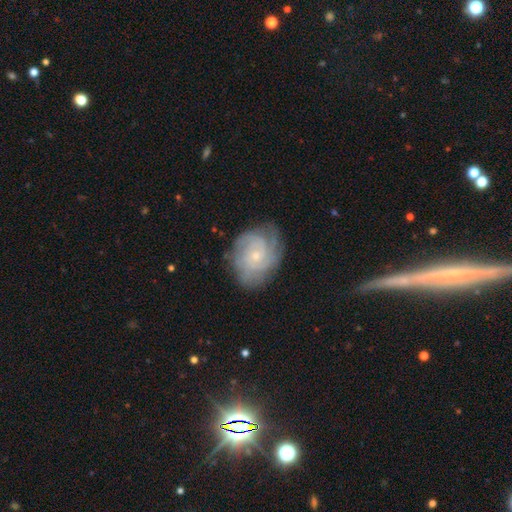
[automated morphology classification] The model was most divided on "spiral arm count": can't tell: 33%, 3: 23%, 2: 19%, 4: 14%, more than 4: 6%, 1: 6%. More confident: edge-on disk — no (97%); spiral arms — yes (95%); smooth or featured — featured or disk (79%); bulge size — small (76%); merging — none (74%); bar — no (74%); spiral winding — tight (64%).